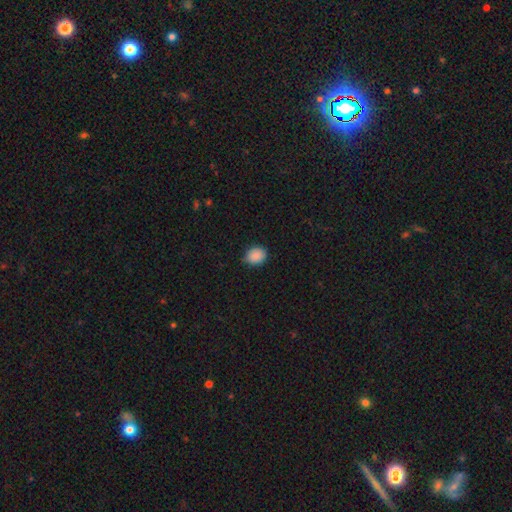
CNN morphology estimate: Overall: smooth (89%). How rounded: in between (52%; round 47%). Merging: none (82%).